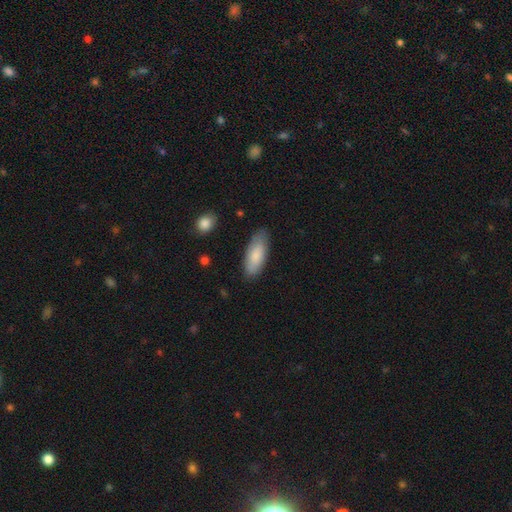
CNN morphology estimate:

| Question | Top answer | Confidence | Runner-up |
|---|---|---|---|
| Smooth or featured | smooth | 83% | featured or disk (12%) |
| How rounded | in between | 80% | cigar-shaped (18%) |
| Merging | none | 81% | minor disturbance (15%) |